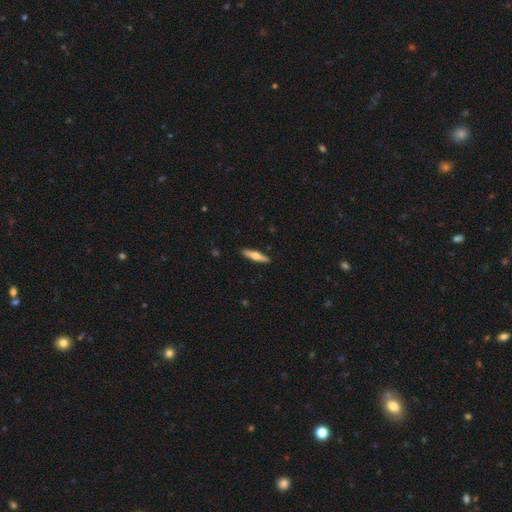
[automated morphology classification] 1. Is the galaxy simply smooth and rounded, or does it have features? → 49% featured or disk, 46% smooth, 5% star or artifact.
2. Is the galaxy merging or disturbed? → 91% none, 6% minor disturbance, 1% major disturbance, 1% merger.